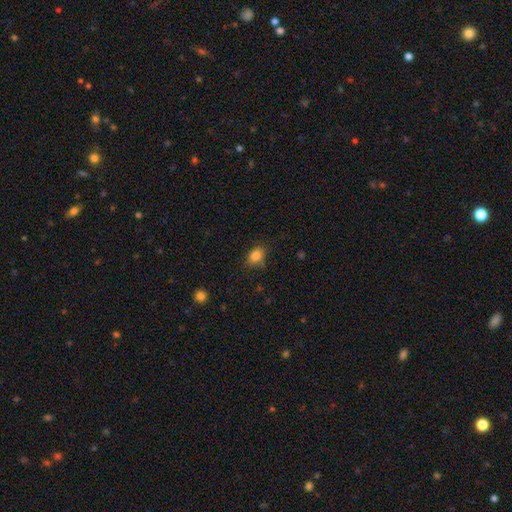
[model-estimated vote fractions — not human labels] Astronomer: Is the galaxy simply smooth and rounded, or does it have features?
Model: smooth — 83%.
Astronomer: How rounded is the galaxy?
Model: in between — 61% (runner-up: round, 38%).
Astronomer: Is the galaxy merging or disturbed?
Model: none — 75%.